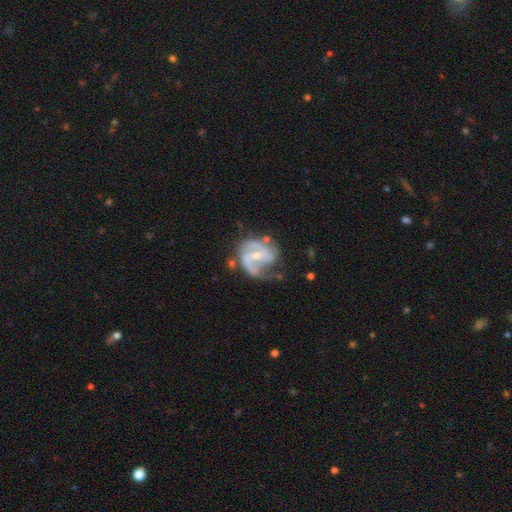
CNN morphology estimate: Overall: featured or disk (86%). Edge-on disk: no (98%). Bar: weak (49%; strong 26%). Spiral arms: yes (93%). Spiral arm count: 2 (67%). Spiral winding: medium (50%; tight 25%). Bulge size: small (50%; moderate 46%). Merging: none (47%; minor disturbance 28%).